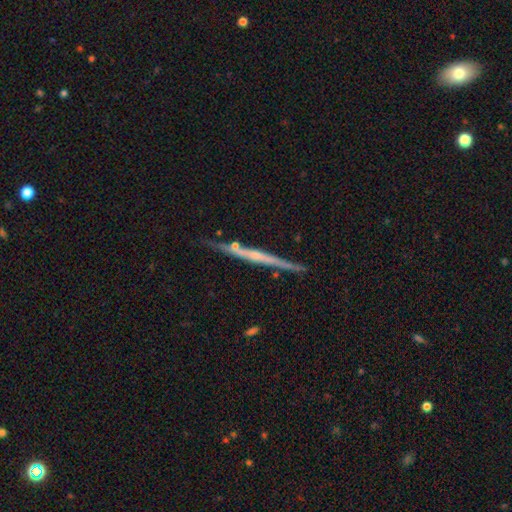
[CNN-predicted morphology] Smooth or featured? Predicted: featured or disk (p=0.73). Edge-on disk? Predicted: yes (p=0.97). Edge-on bulge? Predicted: none (p=0.60). Merging? Predicted: none (p=0.82).